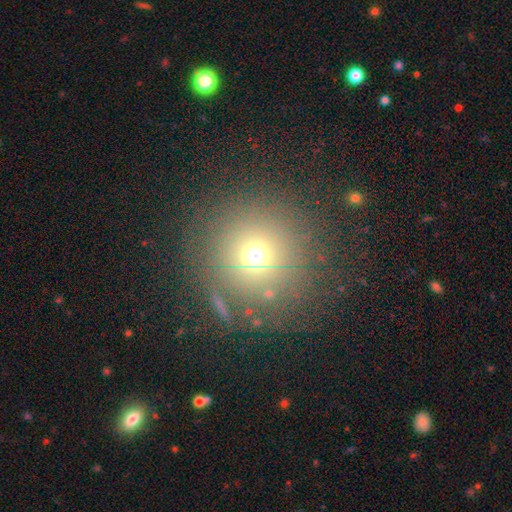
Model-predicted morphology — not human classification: smooth_or_featured: smooth (p=0.66) [alt: star or artifact p=0.23]
how_rounded: round (p=0.94) [alt: in between p=0.05]
merging: none (p=0.82) [alt: minor disturbance p=0.09]